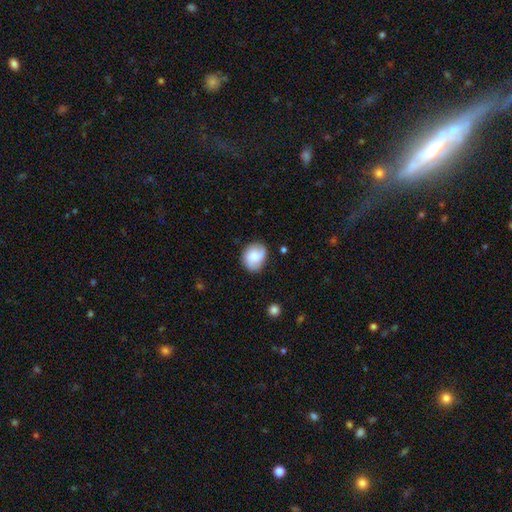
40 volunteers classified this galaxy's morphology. A smooth galaxy with no disk features (65%) that is round (69%). Merging: none (59%).